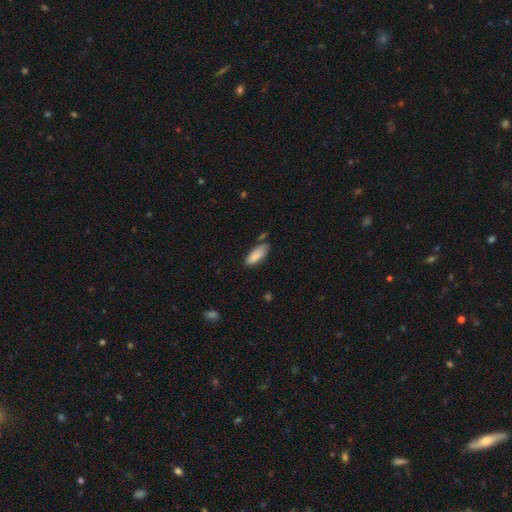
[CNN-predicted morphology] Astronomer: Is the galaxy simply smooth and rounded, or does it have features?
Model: smooth — 87%.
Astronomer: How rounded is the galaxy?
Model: in between — 77%.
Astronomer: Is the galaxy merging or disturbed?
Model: none — 67%.